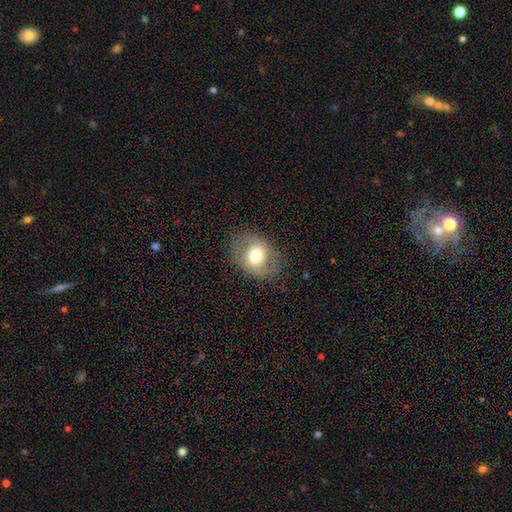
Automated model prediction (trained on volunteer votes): A smooth galaxy with no disk features (61%) that is in between round and cigar-shaped (56%).

Vote fractions:
- Smooth or featured? smooth: 61% / featured or disk: 30% / star or artifact: 9%
- How rounded? in between: 56% / round: 43% / cigar-shaped: 1%
- Merging? none: 78% / minor disturbance: 14% / major disturbance: 7% / merger: 1%